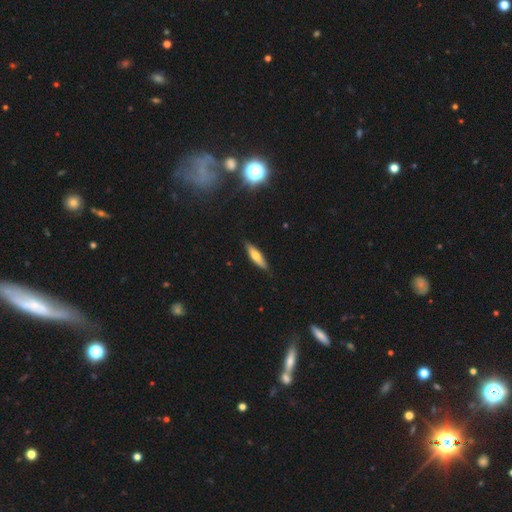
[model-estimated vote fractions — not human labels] Morphology: type=smooth (59%); roundness=cigar-shaped (73%); merging=none (86%).